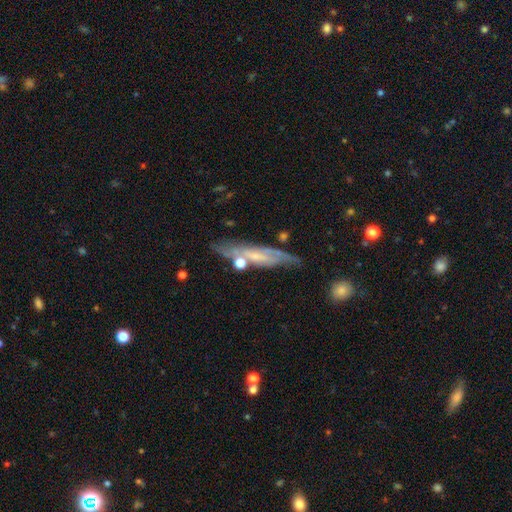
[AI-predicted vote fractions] Morphology: type=featured or disk (65%); edge-on=no (51%); merging=none (63%).